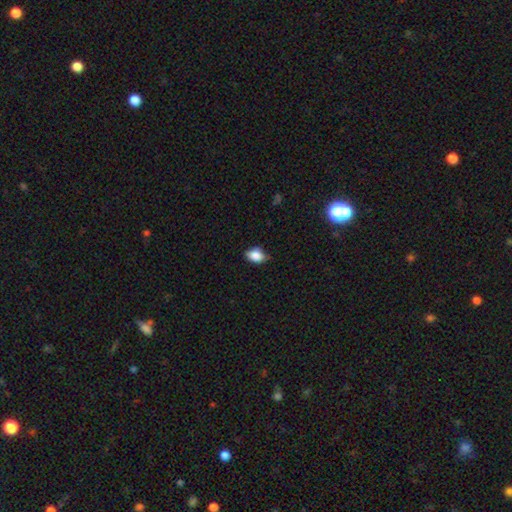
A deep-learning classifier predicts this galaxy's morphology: This is clearly a smooth galaxy (82%). How rounded: clearly in between (80%). Merging: likely none (67%).